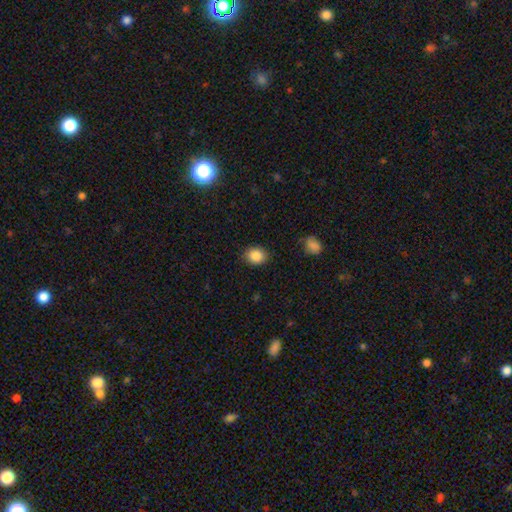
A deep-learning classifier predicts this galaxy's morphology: type=smooth (86%); roundness=round (60%); merging=none (86%).